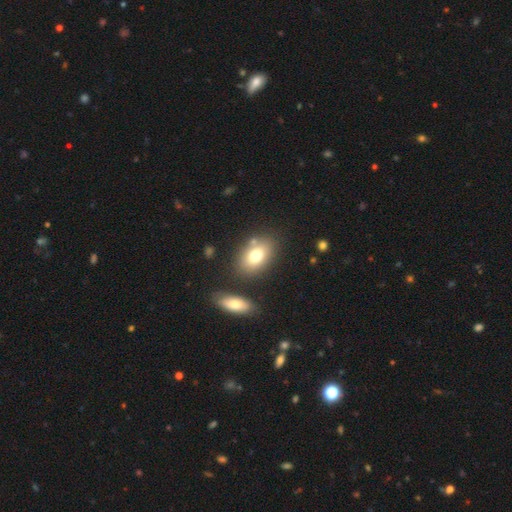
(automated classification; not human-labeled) Overall: smooth (75%). How rounded: in between (82%). Merging: none (71%).